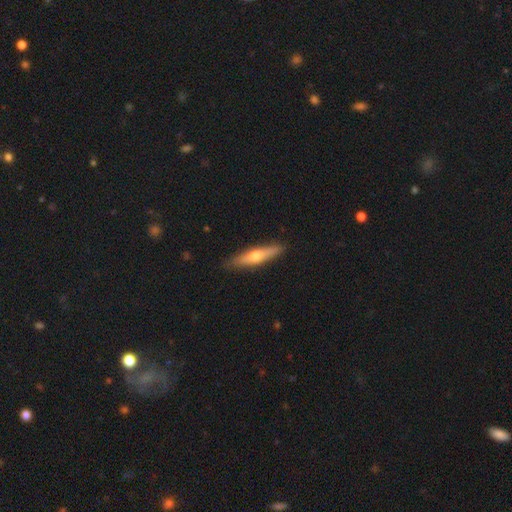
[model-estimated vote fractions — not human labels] smooth 48%, featured or disk 47%, star or artifact 5%. Down the decision tree: merging — none (88%).